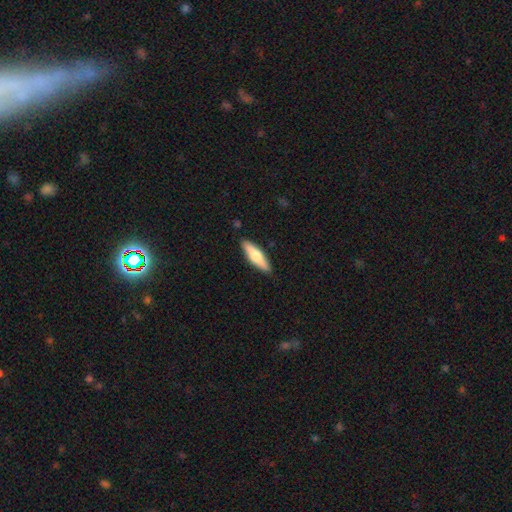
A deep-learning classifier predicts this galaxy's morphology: This appears to be a smooth galaxy with no disk features (56%) that is cigar-shaped (64%). Merging: none (89%).